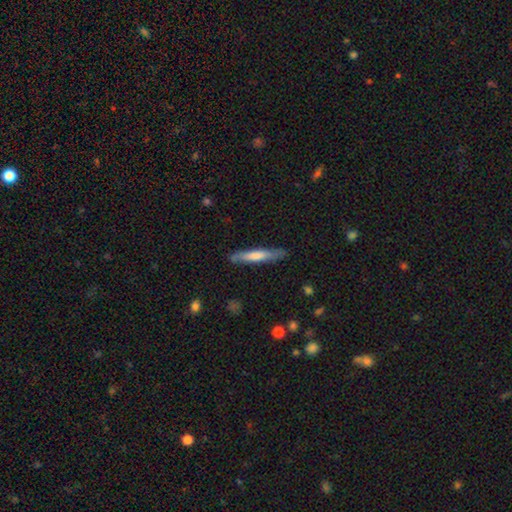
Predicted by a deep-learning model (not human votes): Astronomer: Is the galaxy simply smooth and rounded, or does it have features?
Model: smooth — 54% (runner-up: featured or disk, 40%).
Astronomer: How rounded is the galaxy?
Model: cigar-shaped — 93%.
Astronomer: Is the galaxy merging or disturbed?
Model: none — 84%.